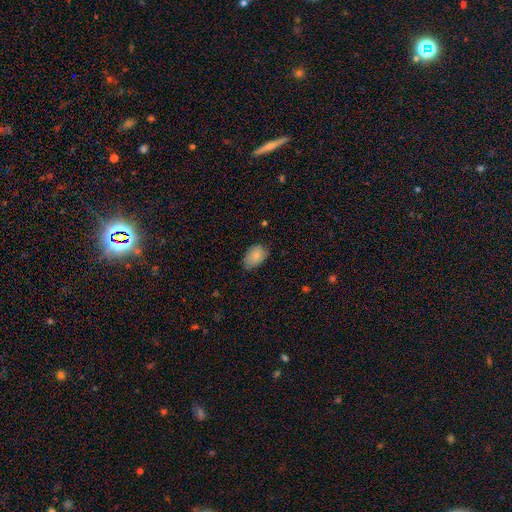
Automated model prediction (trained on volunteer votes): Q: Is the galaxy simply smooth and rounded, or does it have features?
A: smooth — 83%.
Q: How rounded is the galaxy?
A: in between — 88%.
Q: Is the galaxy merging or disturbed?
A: none — 67%.